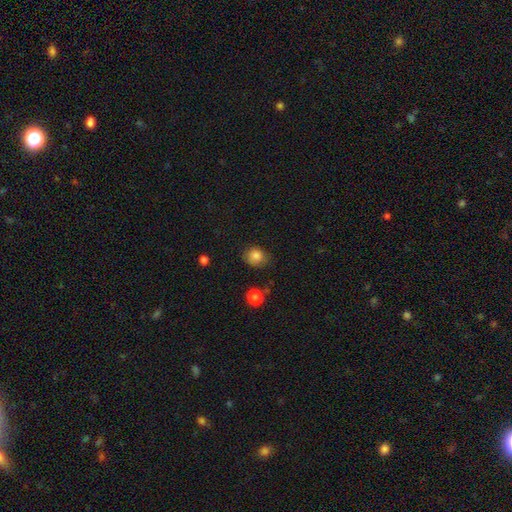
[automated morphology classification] smooth 83%, star or artifact 11%, featured or disk 6%. Down the decision tree: how rounded — round (73%); merging — none (73%).